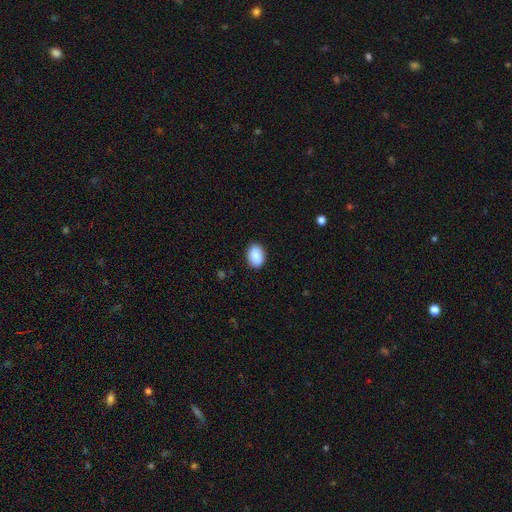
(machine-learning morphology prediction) Overall: smooth (90%). How rounded: in between (81%). Merging: none (89%).